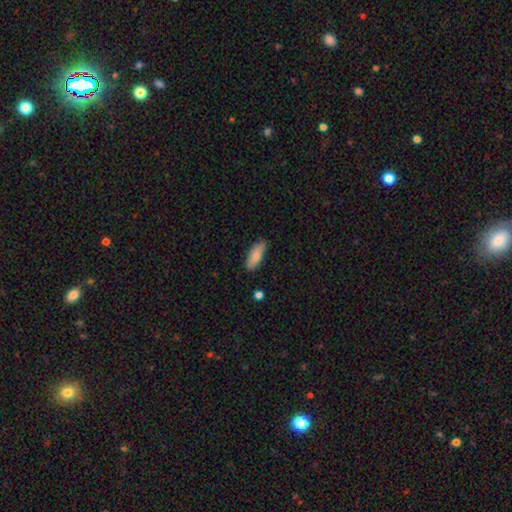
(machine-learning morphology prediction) This appears to be a smooth galaxy with no disk features (82%) that is in between round and cigar-shaped (68%). Merging: none (82%).